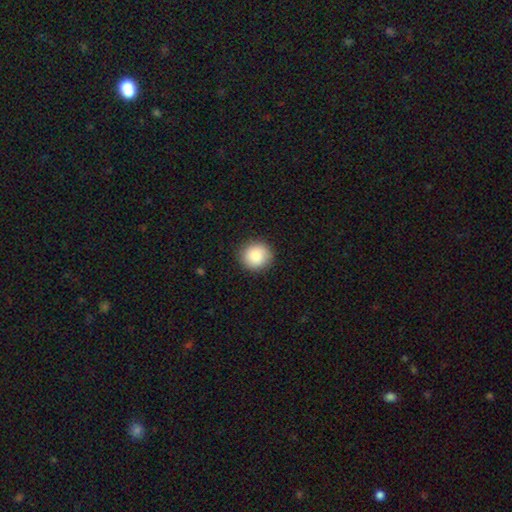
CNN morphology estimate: Q: Smooth or featured?
A: smooth (88%); runner-up: star or artifact (8%)
Q: How rounded?
A: round (91%); runner-up: in between (8%)
Q: Merging?
A: none (90%); runner-up: minor disturbance (7%)